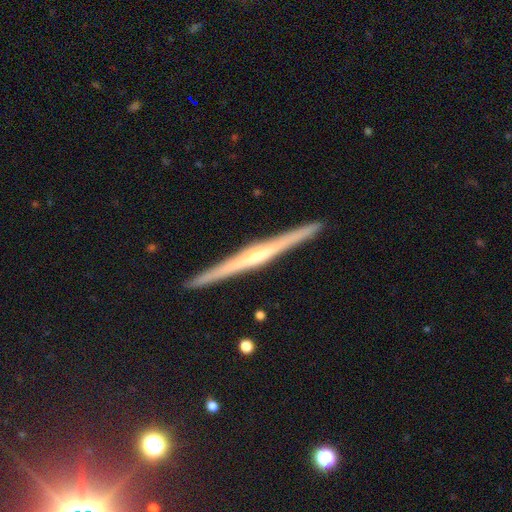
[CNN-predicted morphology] A featured or disk galaxy (80%) viewed edge-on (98%) with a rounded central bulge (60%).

Vote fractions:
- Smooth or featured? featured or disk: 80% / smooth: 14% / star or artifact: 6%
- Edge-on disk? yes: 98% / no: 2%
- Edge-on bulge? rounded: 60% / none: 29% / boxy: 10%
- Merging? none: 93% / minor disturbance: 5% / major disturbance: 1% / merger: 1%